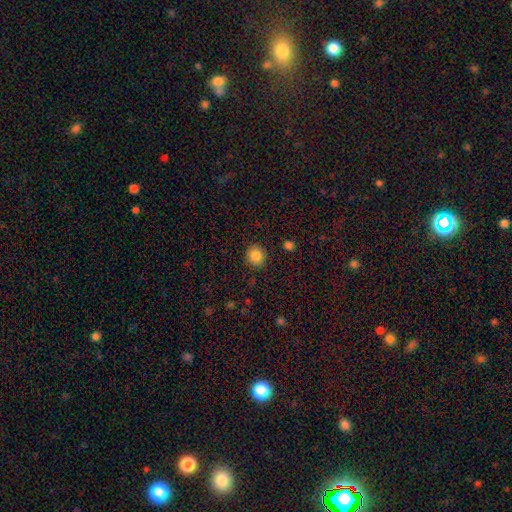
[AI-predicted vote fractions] smooth-or-featured: smooth: 86% | star or artifact: 10% | featured or disk: 4%
  how-rounded: round: 87% | in between: 12% | cigar-shaped: 1%
  merging: none: 90% | minor disturbance: 7% | major disturbance: 2% | merger: 1%